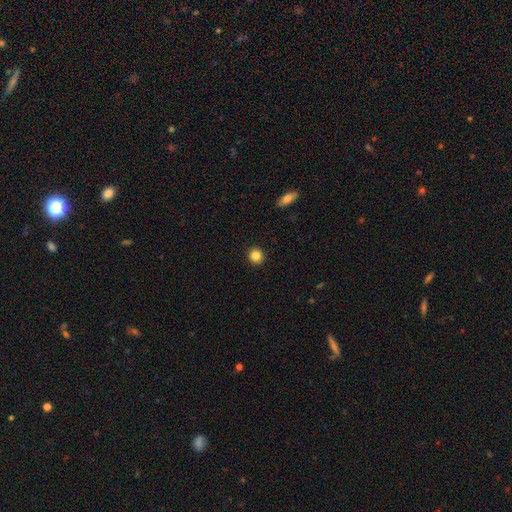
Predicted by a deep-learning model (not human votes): smooth 85%, star or artifact 10%, featured or disk 5%. Down the decision tree: how rounded — round (92%); merging — none (93%).